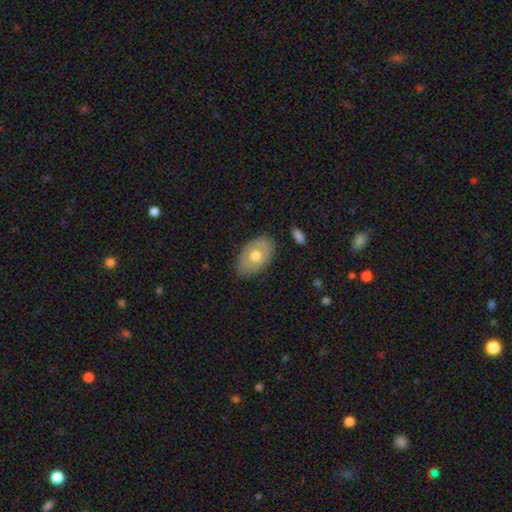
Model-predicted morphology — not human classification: smooth-or-featured: smooth: 62% | featured or disk: 32% | star or artifact: 6%
  how-rounded: in between: 88% | round: 11% | cigar-shaped: 1%
  merging: none: 81% | minor disturbance: 15% | major disturbance: 3% | merger: 2%